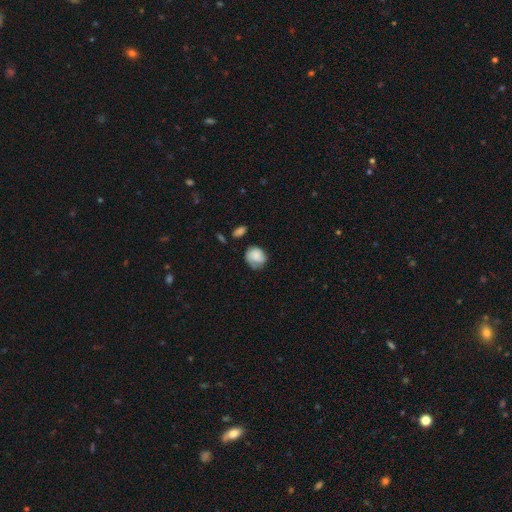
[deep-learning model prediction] Smooth or featured? smooth (69%)
How rounded? round (68%)
Merging? none (50%)